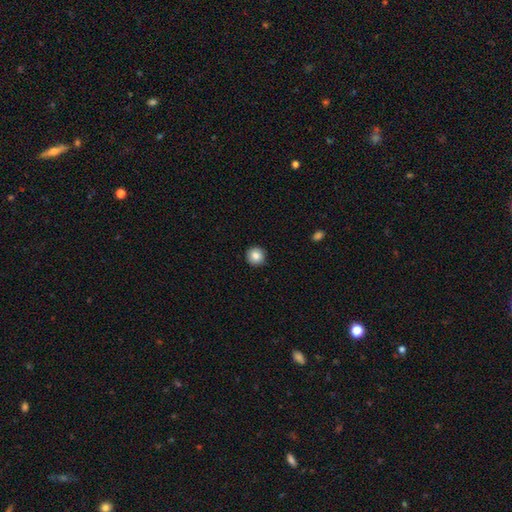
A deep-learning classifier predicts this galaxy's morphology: Overall: smooth (86%). How rounded: round (95%). Merging: none (92%).